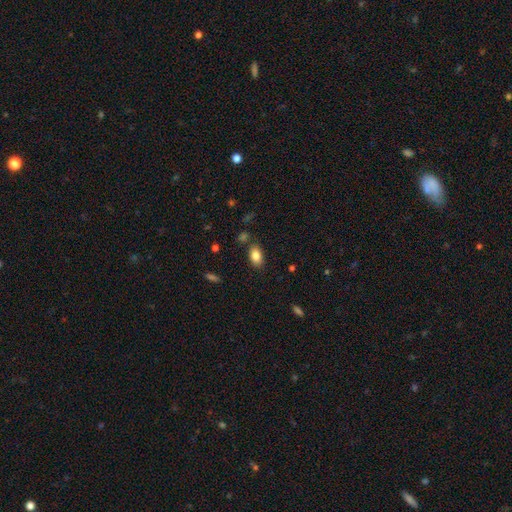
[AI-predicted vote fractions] Overall: smooth (83%). How rounded: in between (90%). Merging: none (81%).